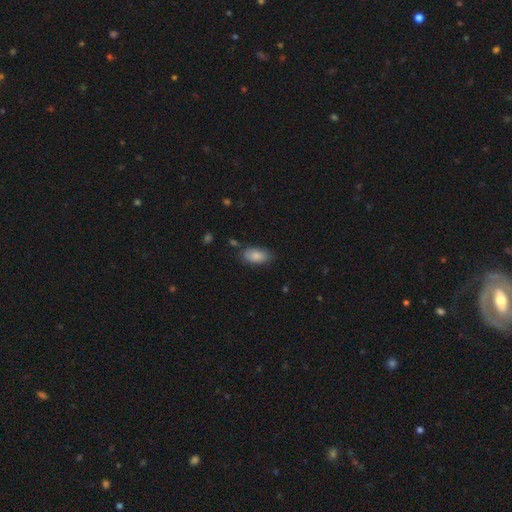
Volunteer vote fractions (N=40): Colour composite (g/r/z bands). It shows a smooth galaxy with no disk features (82%) that is in between round and cigar-shaped (91%). Merging: none (81%).